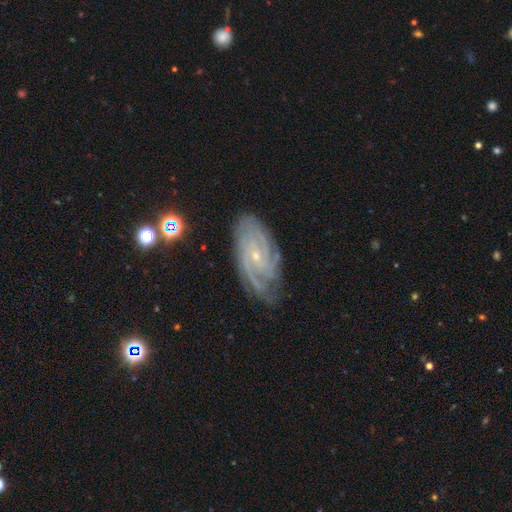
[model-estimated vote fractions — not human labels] Q: Smooth or featured?
A: featured or disk (84%); runner-up: smooth (9%)
Q: Edge-on disk?
A: no (95%); runner-up: yes (5%)
Q: Bar?
A: no (61%); runner-up: weak (31%)
Q: Spiral arms?
A: yes (96%); runner-up: no (4%)
Q: Spiral winding?
A: tight (64%); runner-up: medium (30%)
Q: Spiral arm count?
A: can't tell (31%); runner-up: 3 (21%)
Q: Bulge size?
A: small (82%); runner-up: moderate (14%)
Q: Merging?
A: none (72%); runner-up: minor disturbance (20%)